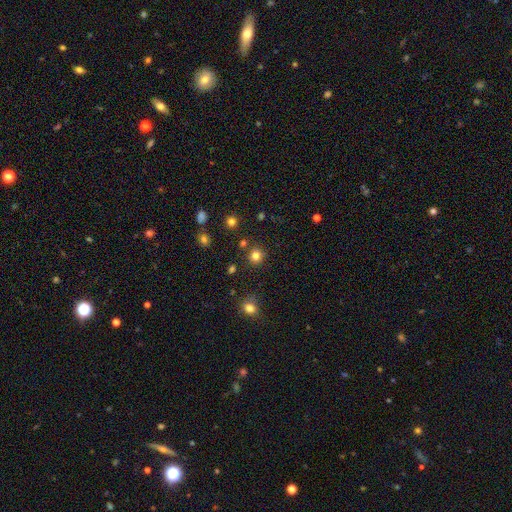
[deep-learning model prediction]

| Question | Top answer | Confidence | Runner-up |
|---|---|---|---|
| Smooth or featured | smooth | 80% | star or artifact (15%) |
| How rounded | round | 93% | in between (6%) |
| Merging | none | 87% | minor disturbance (7%) |